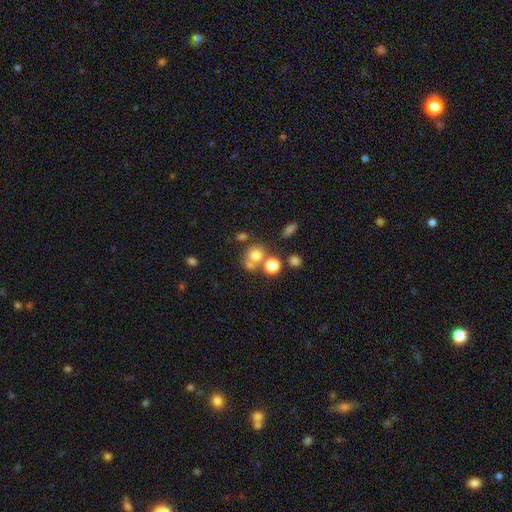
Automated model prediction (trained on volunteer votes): Smooth or featured: smooth — 73% (star or artifact — 15%)
How rounded: round — 79% (in between — 20%)
Merging: none — 51% (merger — 34%)